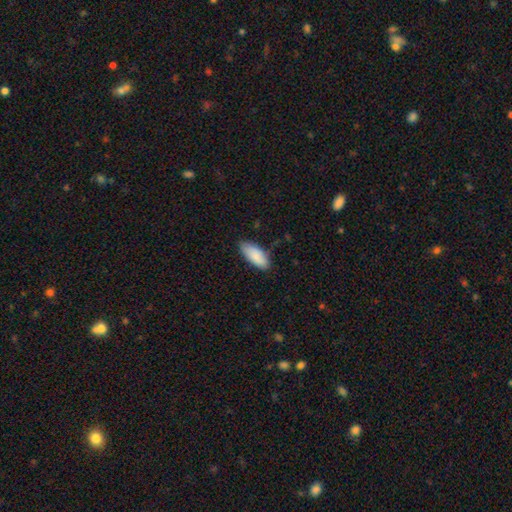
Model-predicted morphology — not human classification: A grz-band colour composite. It shows a smooth galaxy with no disk features (89%) that is in between round and cigar-shaped (87%). Merging: none (80%).